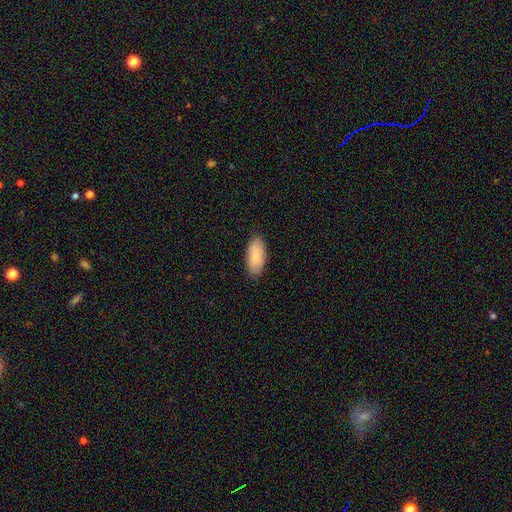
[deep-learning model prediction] Q: Smooth or featured?
A: smooth (84%); runner-up: featured or disk (10%)
Q: How rounded?
A: in between (92%); runner-up: cigar-shaped (6%)
Q: Merging?
A: none (85%); runner-up: minor disturbance (12%)